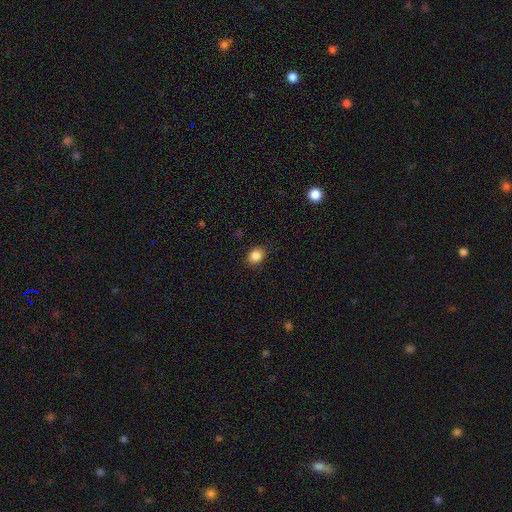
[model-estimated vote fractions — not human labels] smooth_or_featured: smooth (p=0.86) [alt: star or artifact p=0.10]
how_rounded: round (p=0.53) [alt: in between p=0.47]
merging: none (p=0.86) [alt: minor disturbance p=0.10]